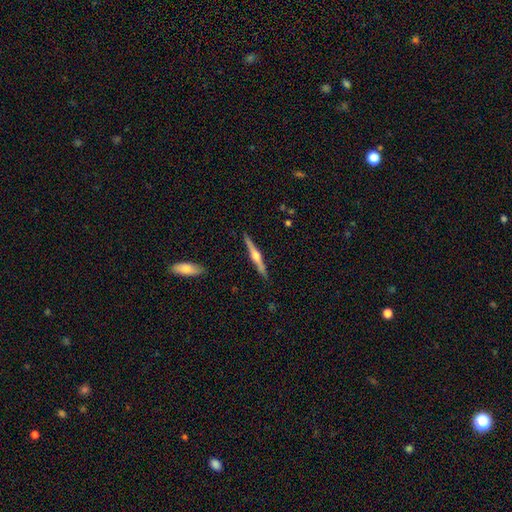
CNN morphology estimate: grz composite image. It shows a featured or disk galaxy (75%) viewed edge-on (98%) with a rounded central bulge (92%). Merging: none (90%).